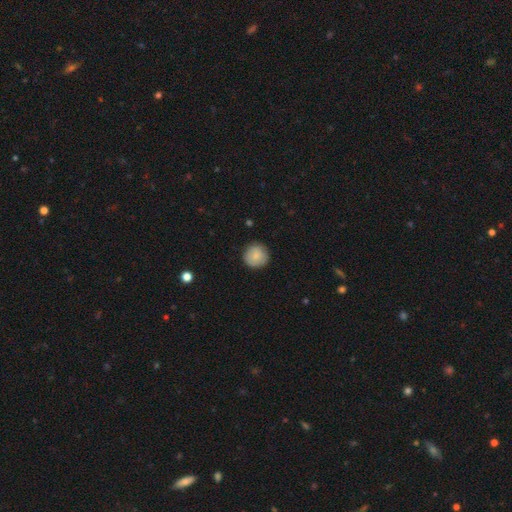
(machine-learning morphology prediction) Smooth or featured: smooth — 84% (featured or disk — 9%)
How rounded: round — 94% (in between — 5%)
Merging: none — 87% (minor disturbance — 10%)